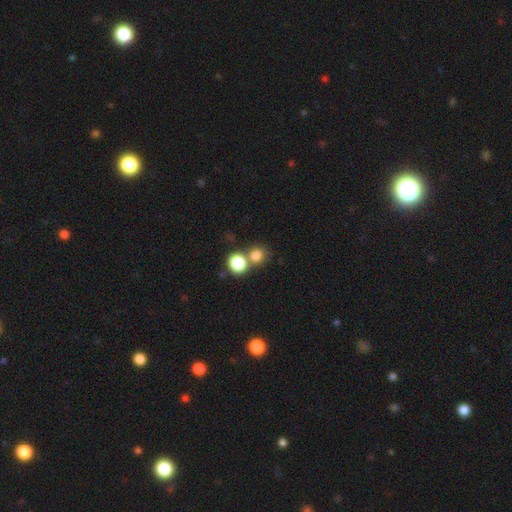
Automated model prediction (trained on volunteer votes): Q: Smooth or featured?
A: smooth (79%); runner-up: star or artifact (13%)
Q: How rounded?
A: round (83%); runner-up: in between (16%)
Q: Merging?
A: none (49%); runner-up: merger (40%)